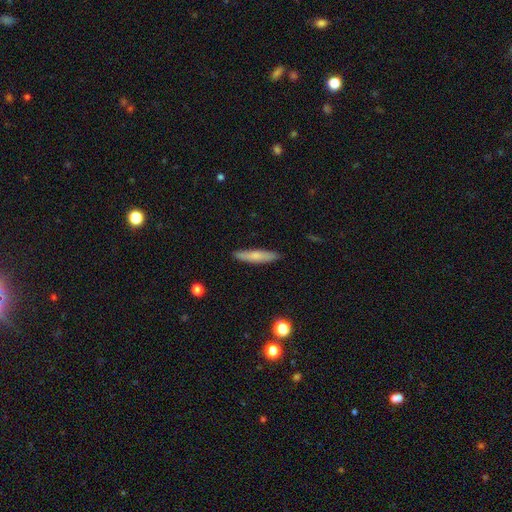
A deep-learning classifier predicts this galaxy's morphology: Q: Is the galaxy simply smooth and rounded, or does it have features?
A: smooth — 72%.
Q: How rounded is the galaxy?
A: cigar-shaped — 86%.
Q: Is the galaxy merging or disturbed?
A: none — 89%.